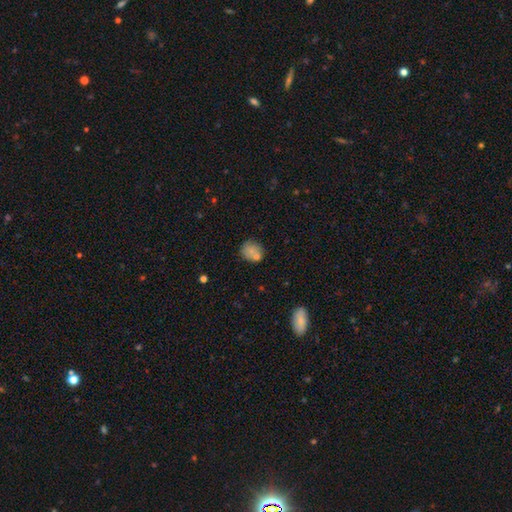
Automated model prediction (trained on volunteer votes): This appears to be a smooth galaxy with no disk features (72%) that is round (68%). Merging: none (58%).